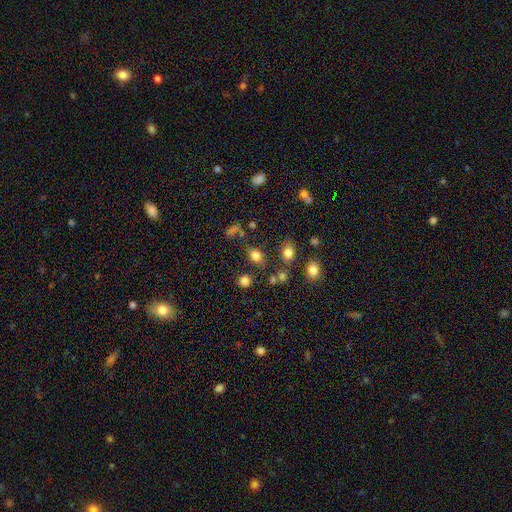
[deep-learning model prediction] Overall: smooth (77%). How rounded: in between (68%; round 30%). Merging: none (72%).